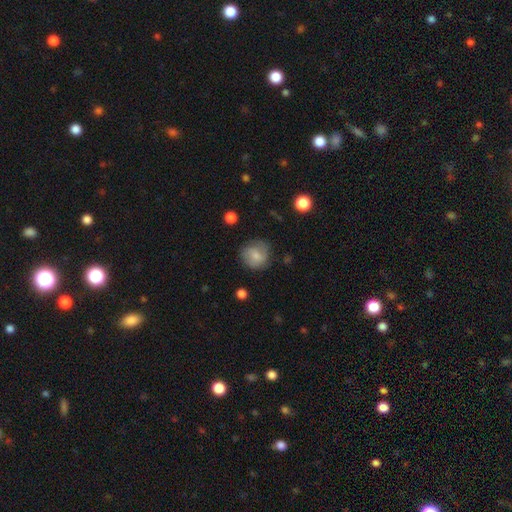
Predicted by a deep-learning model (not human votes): Q: Smooth or featured?
A: smooth (72%); runner-up: featured or disk (20%)
Q: How rounded?
A: round (84%); runner-up: in between (15%)
Q: Merging?
A: none (71%); runner-up: minor disturbance (20%)